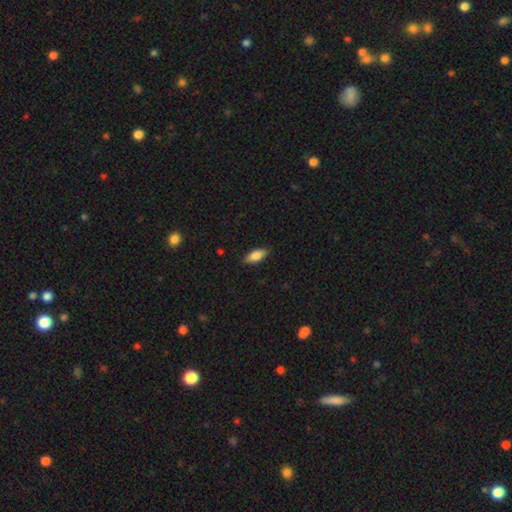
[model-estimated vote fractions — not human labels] This appears to be a smooth galaxy with no disk features (83%) that is in between round and cigar-shaped (84%). Merging: none (86%).